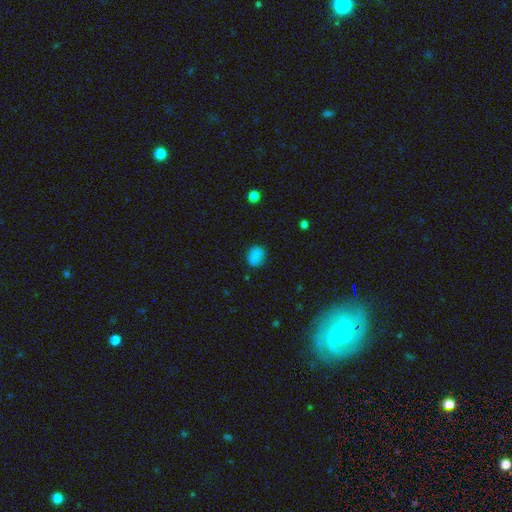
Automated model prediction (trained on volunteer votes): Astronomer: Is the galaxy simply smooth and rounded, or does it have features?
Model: smooth — 83%.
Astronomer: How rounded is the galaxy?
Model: round — 60% (runner-up: in between, 38%).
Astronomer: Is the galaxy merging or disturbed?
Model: none — 80%.